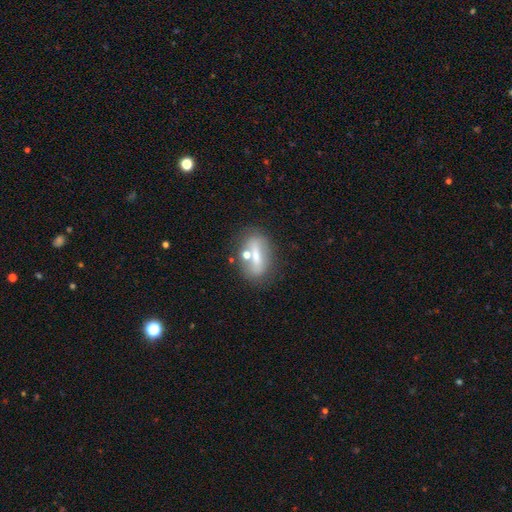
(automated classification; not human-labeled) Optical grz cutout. It shows a featured or disk galaxy (47%). Merging: none (70%).